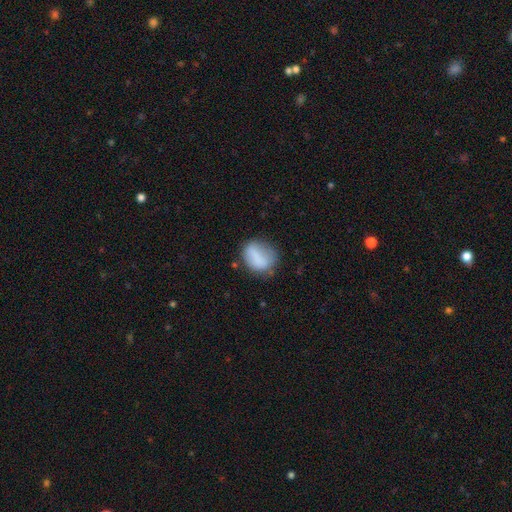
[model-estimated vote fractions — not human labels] Overall: smooth (74%). How rounded: in between (51%; round 47%). Merging: none (52%; minor disturbance 27%).